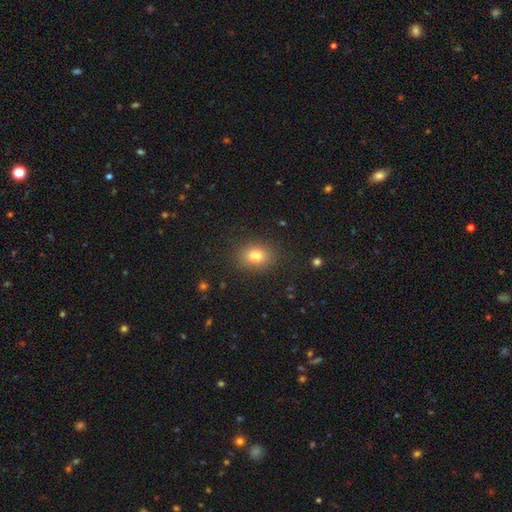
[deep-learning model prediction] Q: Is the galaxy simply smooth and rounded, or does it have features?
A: smooth — 79%.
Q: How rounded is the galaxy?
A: in between — 59%.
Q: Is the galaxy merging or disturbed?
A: none — 85%.